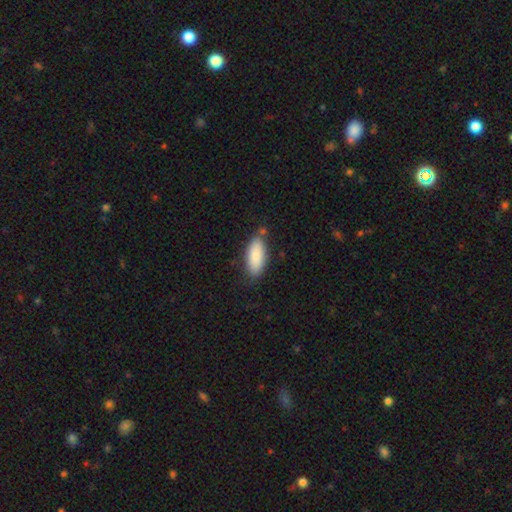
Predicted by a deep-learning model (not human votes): A smooth galaxy with no disk features (86%) that is in between round and cigar-shaped (82%).

Vote fractions:
- Smooth or featured? smooth: 86% / featured or disk: 8% / star or artifact: 6%
- How rounded? in between: 82% / cigar-shaped: 16% / round: 2%
- Merging? none: 74% / minor disturbance: 18% / merger: 4% / major disturbance: 4%